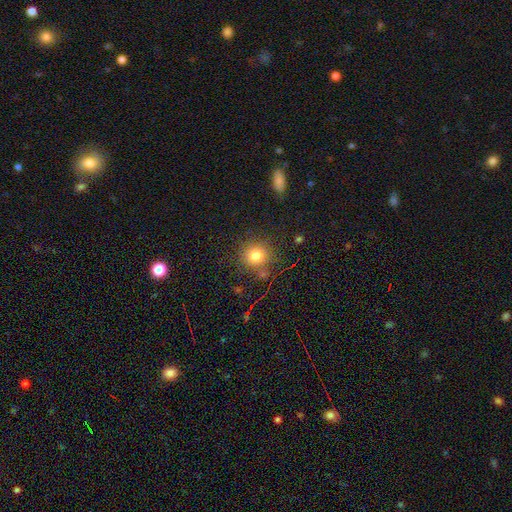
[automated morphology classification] type=smooth (78%); roundness=round (91%); merging=none (80%).